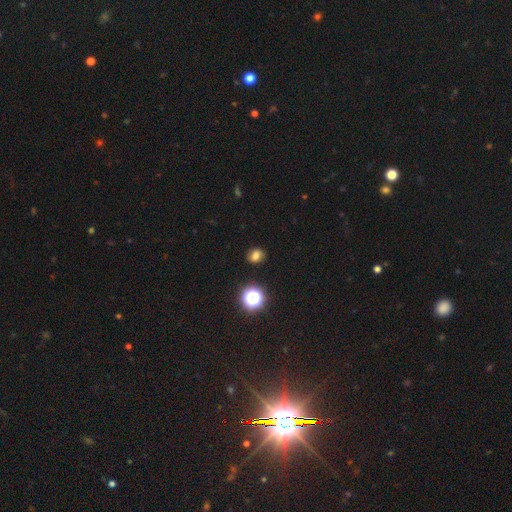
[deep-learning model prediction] A smooth galaxy with no disk features (73%) that is round (58%). Merging: none (84%).